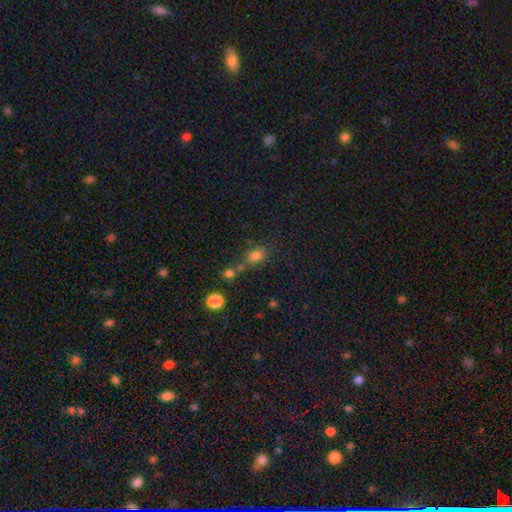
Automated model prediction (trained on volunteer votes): smooth_or_featured: smooth (p=0.77) [alt: star or artifact p=0.16]
how_rounded: in between (p=0.67) [alt: round p=0.30]
merging: none (p=0.57) [alt: merger p=0.21]